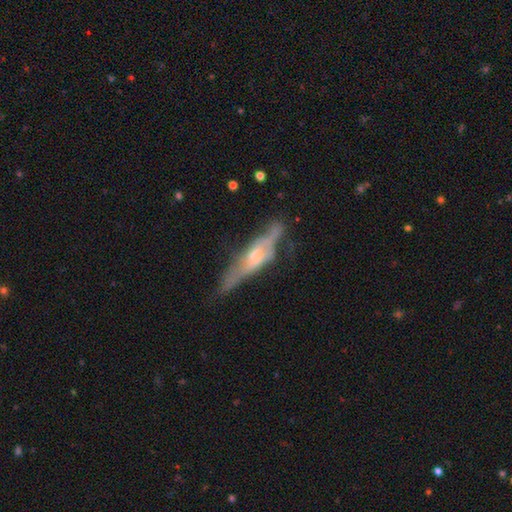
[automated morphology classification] A featured or disk galaxy (70%) viewed edge-on (80%) with a rounded central bulge (67%). Merging: none (61%).